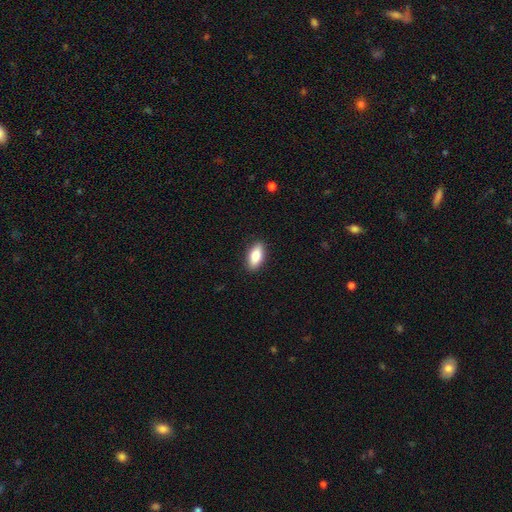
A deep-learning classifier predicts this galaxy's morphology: This is clearly a smooth galaxy (83%). How rounded: clearly in between (87%). Merging: clearly none (89%).